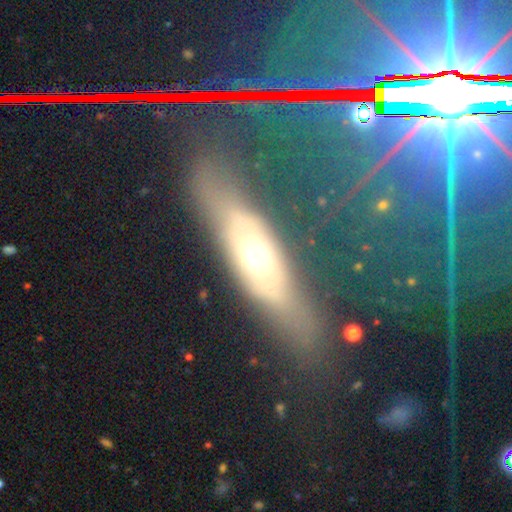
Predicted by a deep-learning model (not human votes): Smooth or featured: featured or disk — 55% (smooth — 29%)
Edge-on disk: yes — 60% (no — 40%)
Merging: none — 76% (minor disturbance — 16%)